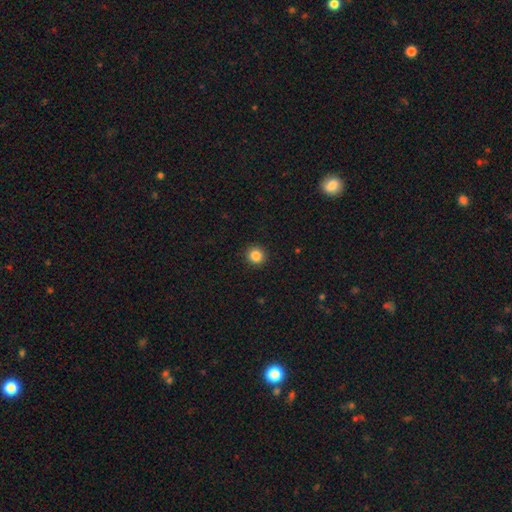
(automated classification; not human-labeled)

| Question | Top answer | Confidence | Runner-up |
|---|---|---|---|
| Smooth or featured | smooth | 85% | star or artifact (11%) |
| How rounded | round | 94% | in between (6%) |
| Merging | none | 92% | minor disturbance (5%) |